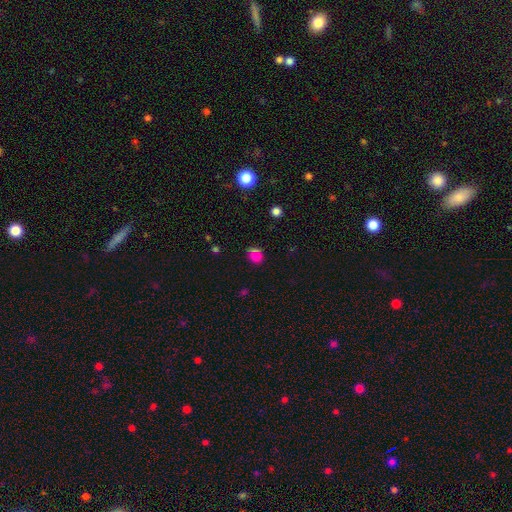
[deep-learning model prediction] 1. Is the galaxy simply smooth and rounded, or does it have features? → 66% smooth, 25% star or artifact, 9% featured or disk.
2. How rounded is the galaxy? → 71% round, 28% in between, 2% cigar-shaped.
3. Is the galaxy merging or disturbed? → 66% none, 14% minor disturbance, 13% merger, 6% major disturbance.